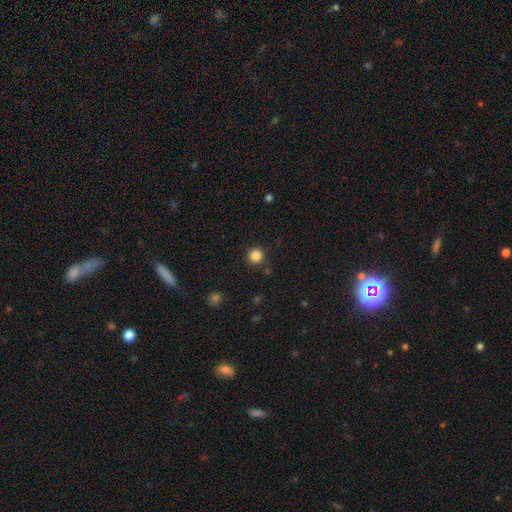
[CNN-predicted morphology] Overall: smooth (85%). How rounded: round (95%). Merging: none (89%).